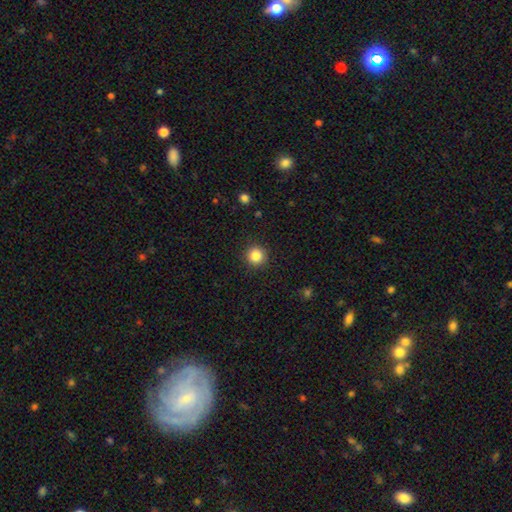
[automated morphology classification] Q: Smooth or featured?
A: smooth (85%); runner-up: star or artifact (11%)
Q: How rounded?
A: round (95%); runner-up: in between (4%)
Q: Merging?
A: none (91%); runner-up: minor disturbance (6%)